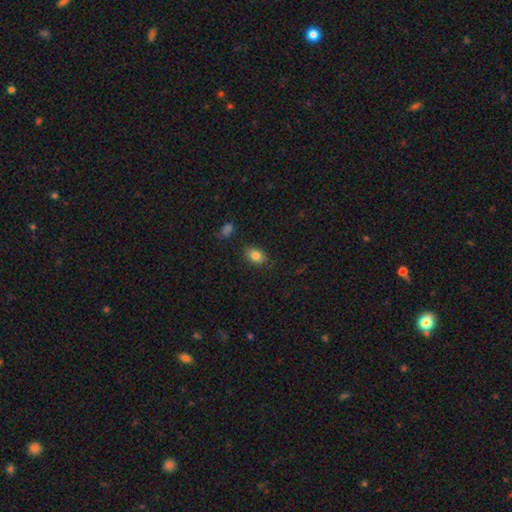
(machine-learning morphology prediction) This appears to be a smooth galaxy with no disk features (83%) that is in between round and cigar-shaped (76%). Merging: none (83%).